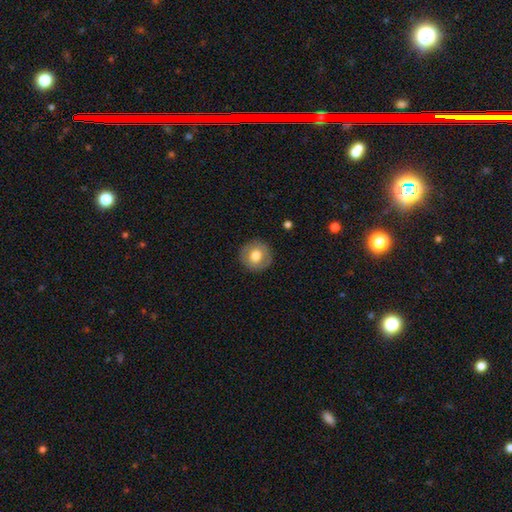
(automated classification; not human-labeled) Q: Smooth or featured?
A: smooth (68%); runner-up: featured or disk (24%)
Q: How rounded?
A: round (93%); runner-up: in between (6%)
Q: Merging?
A: none (89%); runner-up: minor disturbance (8%)